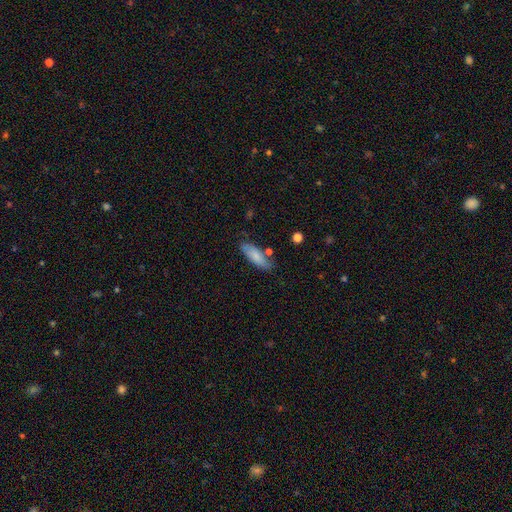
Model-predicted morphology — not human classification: smooth 77%, featured or disk 17%, star or artifact 6%. Down the decision tree: how rounded — in between (64%); merging — none (71%).